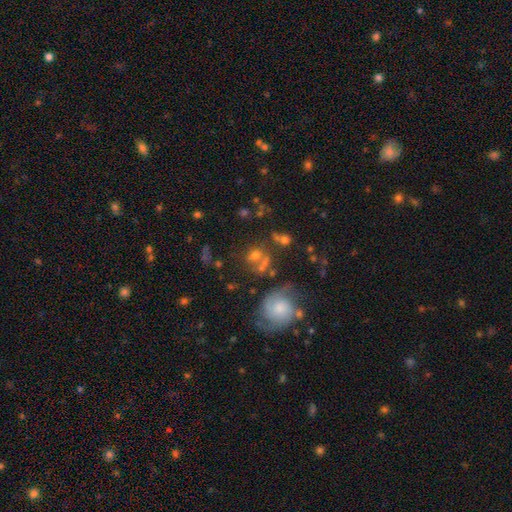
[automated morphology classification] The model was most divided on "smooth or featured": smooth: 51%, featured or disk: 29%, star or artifact: 20%. More confident: how rounded — round (73%); merging — none (52%).